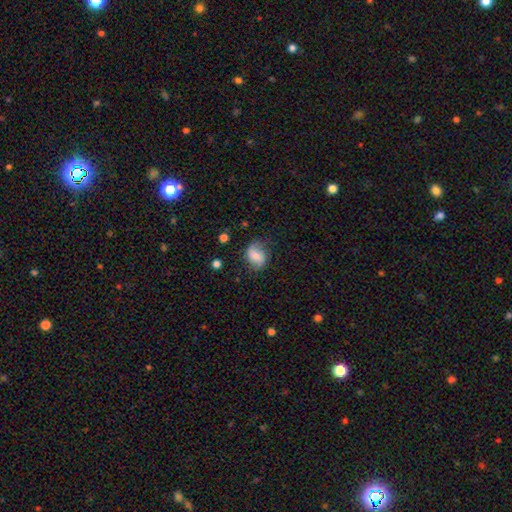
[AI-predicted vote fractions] The model was most divided on "how rounded": in between: 57%, round: 41%, cigar-shaped: 1%. More confident: merging — none (64%); smooth or featured — smooth (62%).